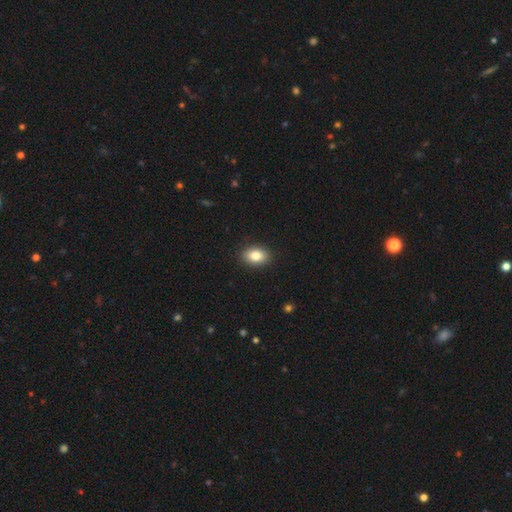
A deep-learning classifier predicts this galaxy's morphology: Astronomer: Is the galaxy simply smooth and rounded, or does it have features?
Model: smooth — 84%.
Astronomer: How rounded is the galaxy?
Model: in between — 82%.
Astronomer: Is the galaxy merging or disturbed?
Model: none — 90%.